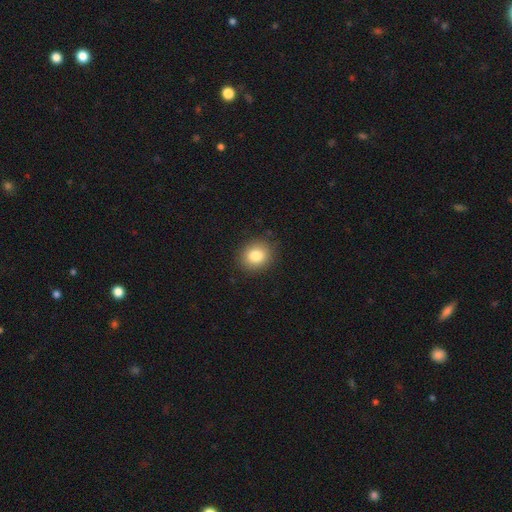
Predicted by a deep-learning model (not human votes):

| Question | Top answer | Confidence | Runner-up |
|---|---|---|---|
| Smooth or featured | smooth | 82% | star or artifact (10%) |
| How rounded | round | 75% | in between (24%) |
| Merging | none | 88% | minor disturbance (8%) |